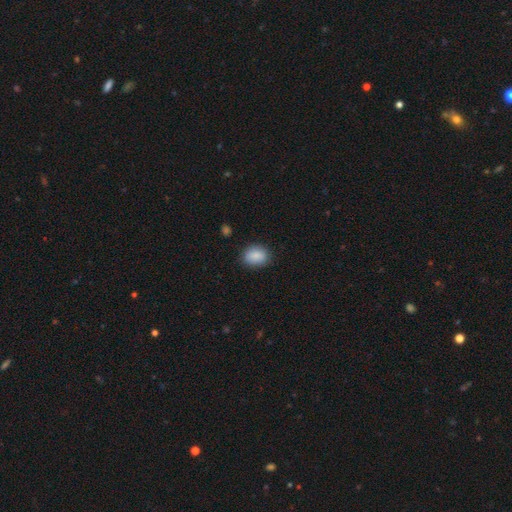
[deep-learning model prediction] smooth-or-featured: smooth: 88% | star or artifact: 7% | featured or disk: 4%
  how-rounded: in between: 61% | round: 38% | cigar-shaped: 1%
  merging: none: 84% | minor disturbance: 12% | major disturbance: 3% | merger: 1%